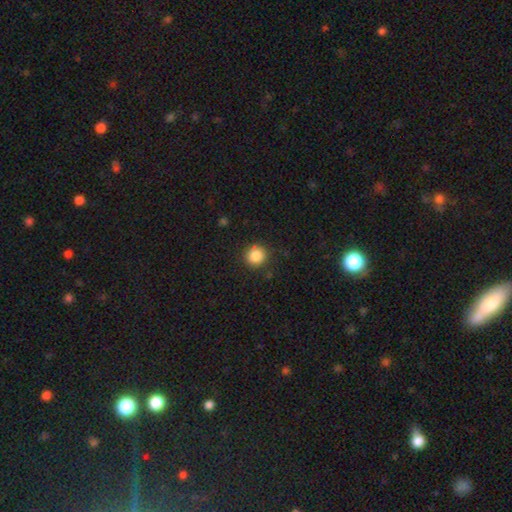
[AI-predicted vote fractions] smooth 86%, star or artifact 10%, featured or disk 4%. Down the decision tree: how rounded — round (91%); merging — none (88%).